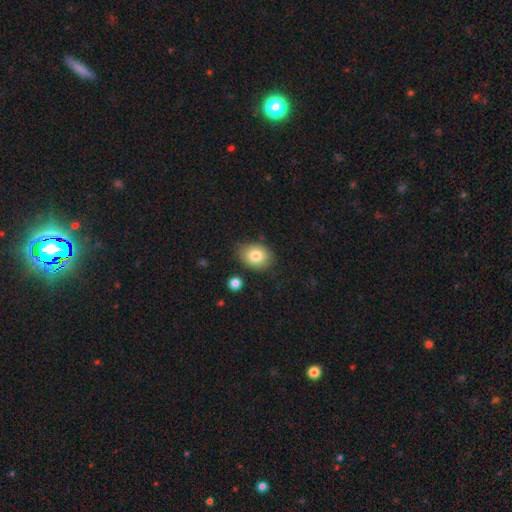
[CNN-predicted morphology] This is clearly a smooth galaxy (82%). How rounded: likely in between (65%). Merging: likely none (79%).